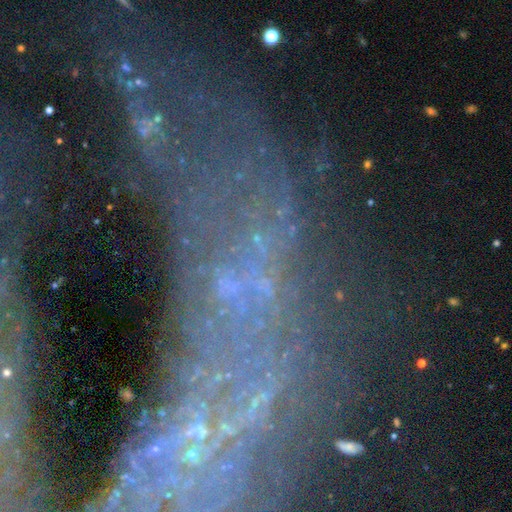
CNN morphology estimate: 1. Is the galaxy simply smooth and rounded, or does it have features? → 46% star or artifact, 37% featured or disk, 17% smooth.